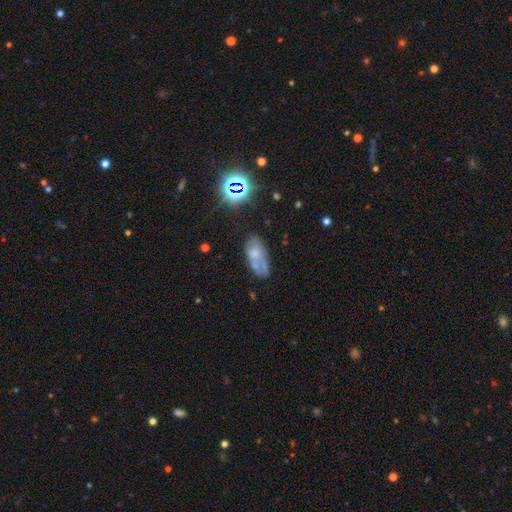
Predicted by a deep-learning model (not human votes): A smooth galaxy with no disk features (43%).

Vote fractions:
- Smooth or featured? smooth: 43% / featured or disk: 40% / star or artifact: 18%
- Merging? none: 41% / minor disturbance: 25% / merger: 18% / major disturbance: 16%